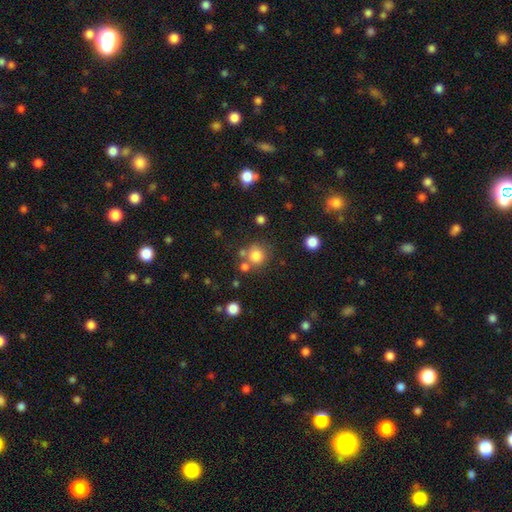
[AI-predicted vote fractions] Q: Smooth or featured?
A: smooth (78%); runner-up: star or artifact (14%)
Q: How rounded?
A: round (91%); runner-up: in between (9%)
Q: Merging?
A: none (67%); runner-up: merger (19%)